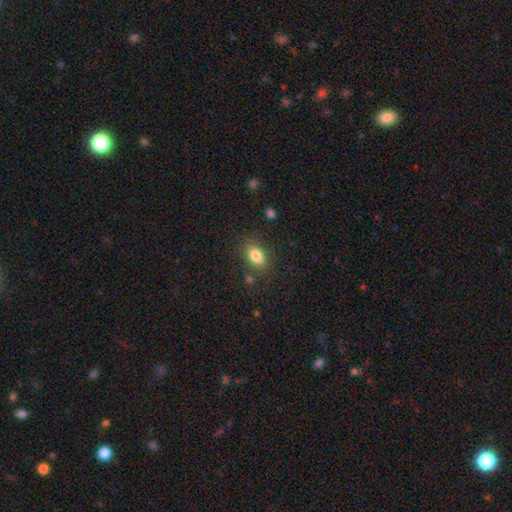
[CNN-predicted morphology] type=smooth (83%); roundness=in between (80%); merging=none (81%).